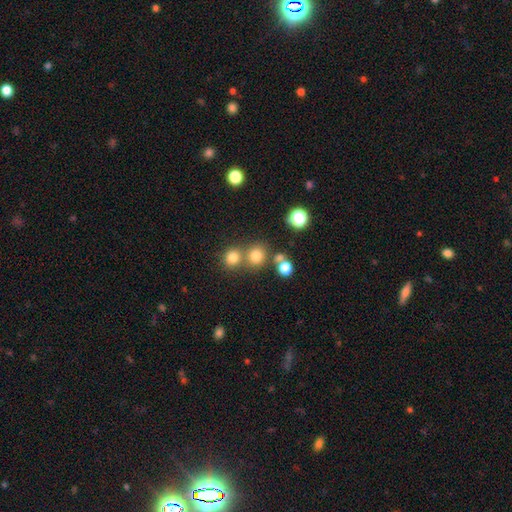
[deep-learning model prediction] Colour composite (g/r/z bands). It shows a smooth galaxy with no disk features (75%) that is round (86%). Merging: none (59%).